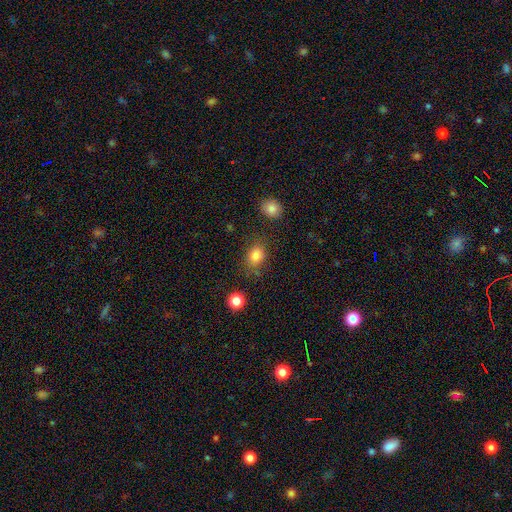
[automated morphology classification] smooth-or-featured: smooth: 82% | star or artifact: 11% | featured or disk: 6%
  how-rounded: in between: 57% | round: 41% | cigar-shaped: 1%
  merging: none: 74% | minor disturbance: 15% | merger: 6% | major disturbance: 5%